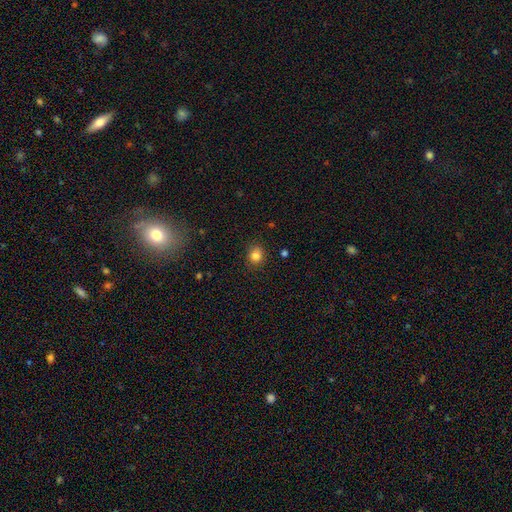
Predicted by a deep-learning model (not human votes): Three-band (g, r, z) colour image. It shows a smooth galaxy with no disk features (83%) that is round (77%). Merging: none (88%).